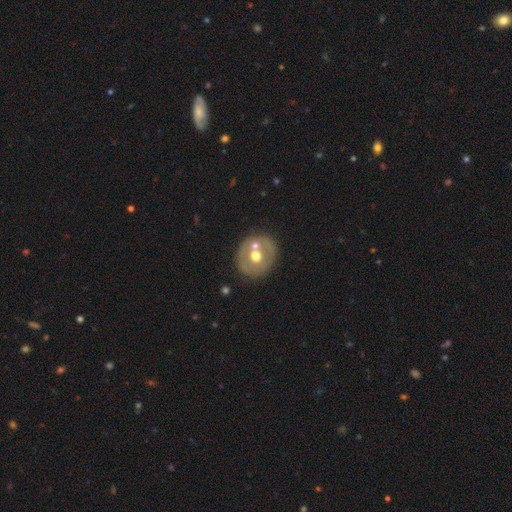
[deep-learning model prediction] A featured or disk galaxy (47%).

Vote fractions:
- Smooth or featured? featured or disk: 47% / smooth: 45% / star or artifact: 8%
- Merging? none: 65% / merger: 21% / minor disturbance: 10% / major disturbance: 4%